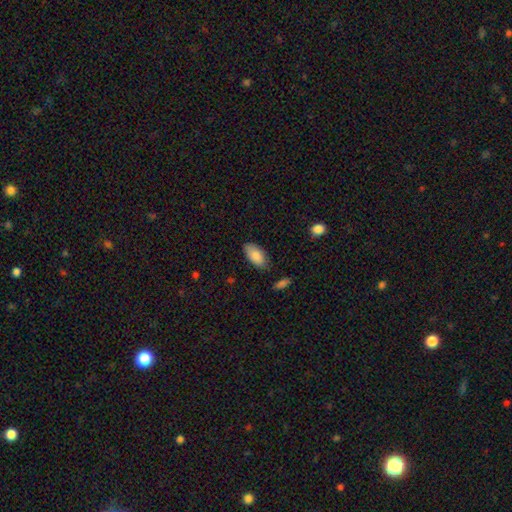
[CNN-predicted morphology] This is clearly a smooth galaxy (86%). How rounded: clearly in between (94%). Merging: likely none (80%).